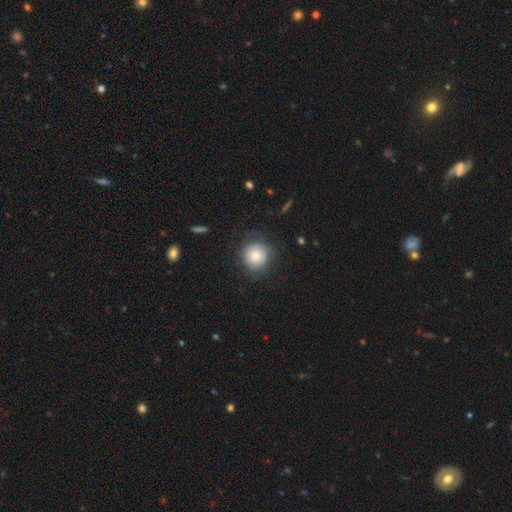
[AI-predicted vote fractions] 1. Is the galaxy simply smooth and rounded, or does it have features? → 77% smooth, 14% featured or disk, 9% star or artifact.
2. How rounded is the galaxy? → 93% round, 6% in between, 1% cigar-shaped.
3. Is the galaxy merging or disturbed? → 78% none, 14% minor disturbance, 6% major disturbance, 1% merger.